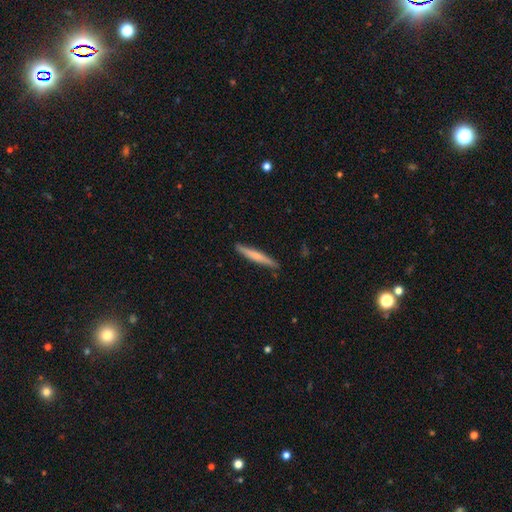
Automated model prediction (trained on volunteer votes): Overall: smooth (61%; featured or disk 34%). How rounded: cigar-shaped (95%). Merging: none (88%).